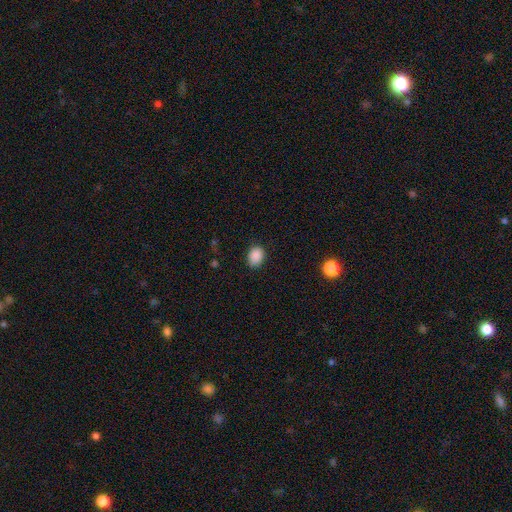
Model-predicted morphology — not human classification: A smooth galaxy with no disk features (88%) that is in between round and cigar-shaped (68%). Merging: none (84%).